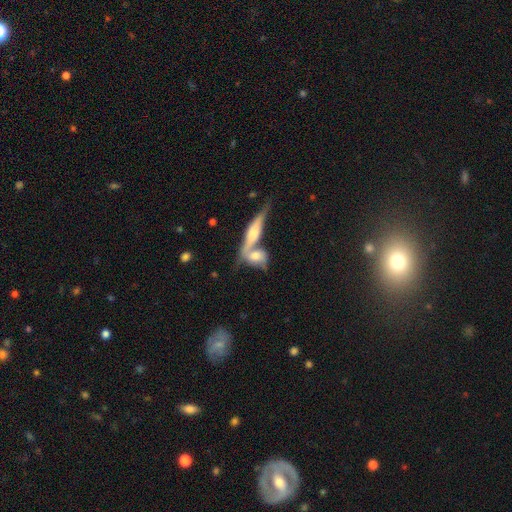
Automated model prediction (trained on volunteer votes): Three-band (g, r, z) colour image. It shows a smooth galaxy with no disk features (49%). Merging: merger (59%).